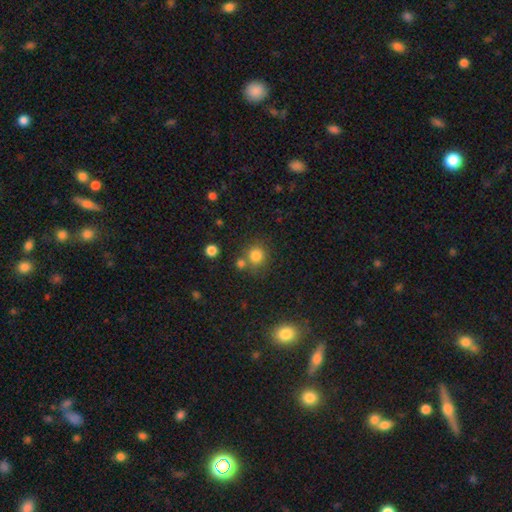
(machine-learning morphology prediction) smooth_or_featured: smooth (p=0.81) [alt: star or artifact p=0.13]
how_rounded: round (p=0.88) [alt: in between p=0.12]
merging: none (p=0.68) [alt: merger p=0.18]